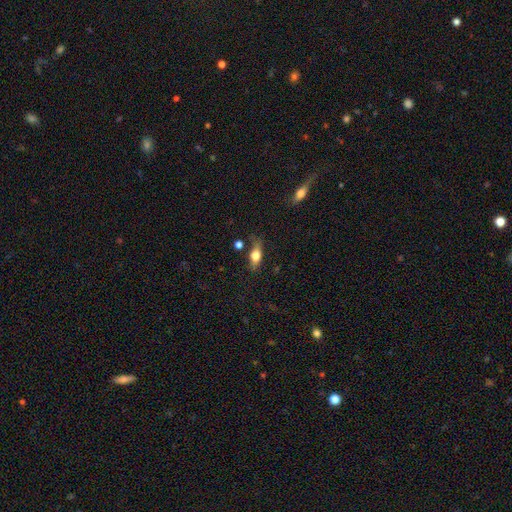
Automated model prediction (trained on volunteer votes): A smooth galaxy with no disk features (67%) that is in between round and cigar-shaped (72%).

Vote fractions:
- Smooth or featured? smooth: 67% / featured or disk: 25% / star or artifact: 8%
- How rounded? in between: 72% / cigar-shaped: 20% / round: 8%
- Merging? none: 61% / minor disturbance: 24% / major disturbance: 10% / merger: 5%